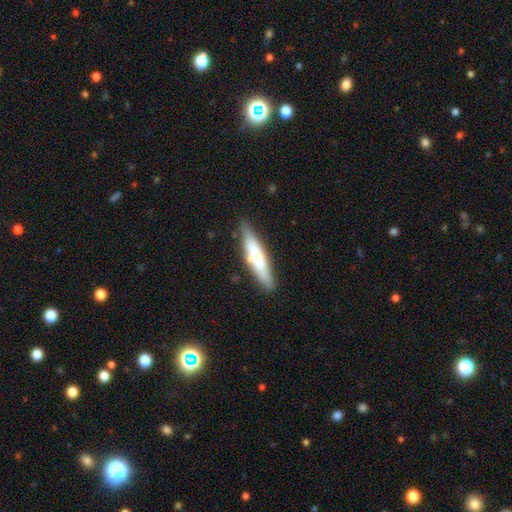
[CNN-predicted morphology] Smooth or featured? Predicted: smooth (p=0.65). How rounded? Predicted: cigar-shaped (p=0.85). Merging? Predicted: none (p=0.78).